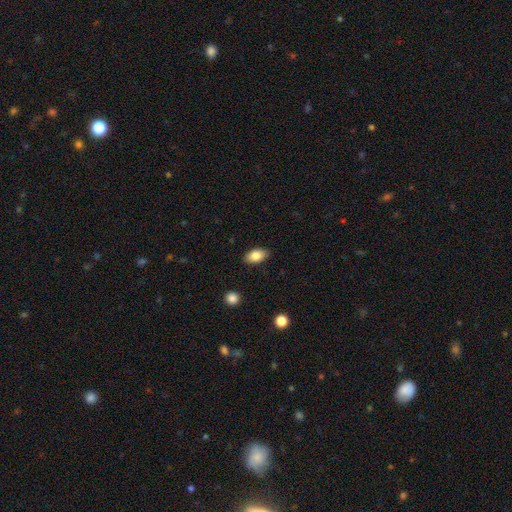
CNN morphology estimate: smooth-or-featured: smooth: 84% | featured or disk: 9% | star or artifact: 8%
  how-rounded: in between: 91% | round: 6% | cigar-shaped: 2%
  merging: none: 86% | minor disturbance: 10% | major disturbance: 2% | merger: 1%